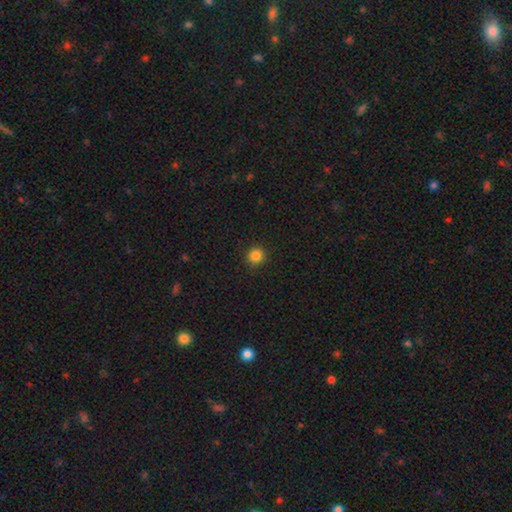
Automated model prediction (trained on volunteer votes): Smooth or featured? smooth (84%)
How rounded? round (95%)
Merging? none (92%)